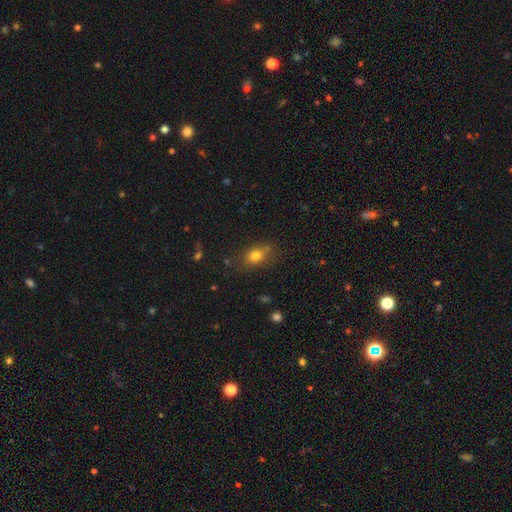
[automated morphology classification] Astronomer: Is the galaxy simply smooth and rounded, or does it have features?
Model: smooth — 77%.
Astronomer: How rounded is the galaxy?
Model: in between — 69%.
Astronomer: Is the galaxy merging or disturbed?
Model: none — 72%.